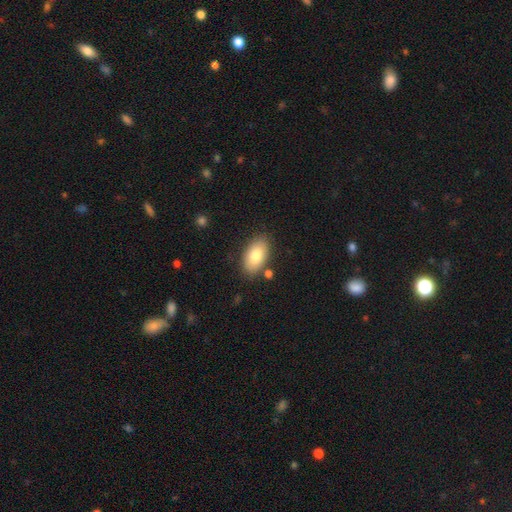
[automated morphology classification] Smooth or featured? Predicted: smooth (p=0.80). How rounded? Predicted: in between (p=0.93). Merging? Predicted: none (p=0.82).